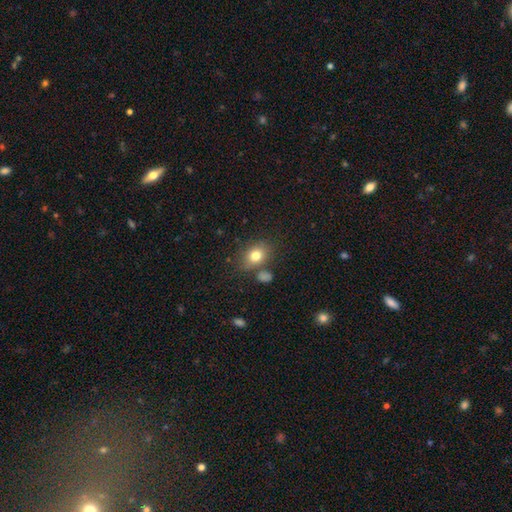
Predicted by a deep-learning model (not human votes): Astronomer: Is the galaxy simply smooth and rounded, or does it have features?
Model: smooth — 78%.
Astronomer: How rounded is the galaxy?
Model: in between — 61% (runner-up: round, 38%).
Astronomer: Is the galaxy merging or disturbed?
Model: none — 70%.